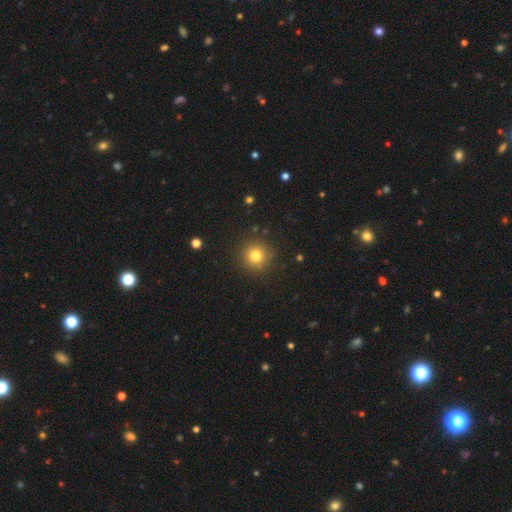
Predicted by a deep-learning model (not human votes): Smooth or featured?
  - smooth: 80% *
  - star or artifact: 13%
  - featured or disk: 7%
How rounded?
  - round: 94% *
  - in between: 5%
  - cigar-shaped: 1%
Merging?
  - none: 89% *
  - minor disturbance: 7%
  - major disturbance: 2%
  - merger: 2%